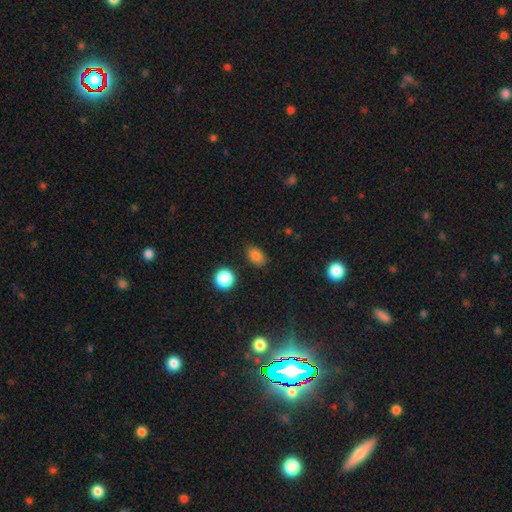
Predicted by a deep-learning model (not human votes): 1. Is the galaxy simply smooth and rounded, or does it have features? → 84% smooth, 12% star or artifact, 4% featured or disk.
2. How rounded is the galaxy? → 81% in between, 17% round, 2% cigar-shaped.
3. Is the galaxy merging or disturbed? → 84% none, 11% minor disturbance, 3% major disturbance, 2% merger.